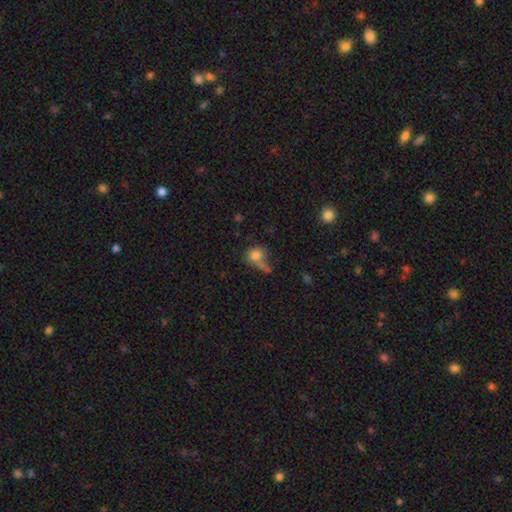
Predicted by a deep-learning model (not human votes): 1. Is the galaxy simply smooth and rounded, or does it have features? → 79% smooth, 11% star or artifact, 10% featured or disk.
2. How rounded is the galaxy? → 75% round, 24% in between, 1% cigar-shaped.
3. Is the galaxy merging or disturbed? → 45% none, 27% merger, 17% minor disturbance, 11% major disturbance.